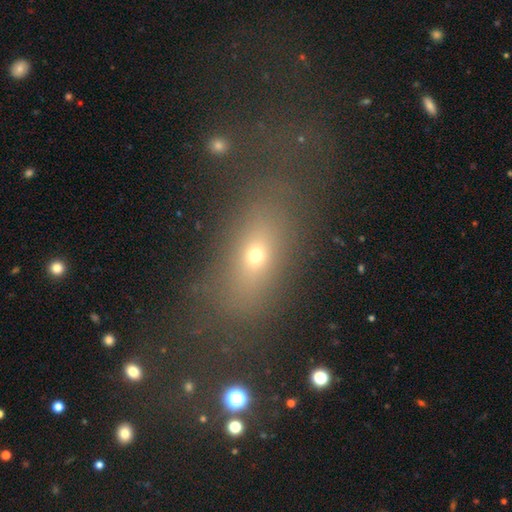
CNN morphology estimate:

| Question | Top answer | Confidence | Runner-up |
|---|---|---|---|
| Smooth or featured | smooth | 59% | star or artifact (21%) |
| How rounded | in between | 67% | round (17%) |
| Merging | none | 61% | major disturbance (19%) |